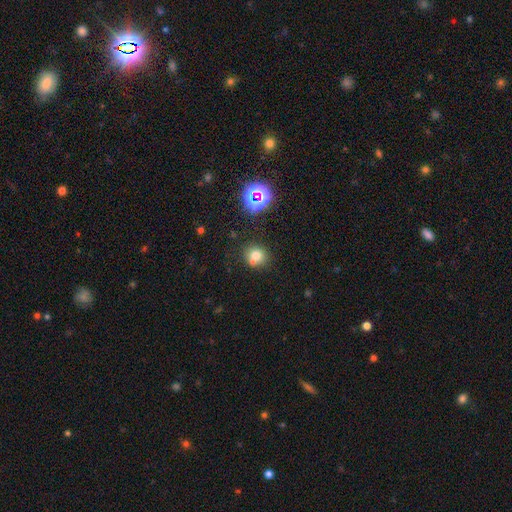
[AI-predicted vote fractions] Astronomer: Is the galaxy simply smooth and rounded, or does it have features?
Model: smooth — 71%.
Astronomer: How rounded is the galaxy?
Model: round — 83%.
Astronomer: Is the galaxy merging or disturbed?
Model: none — 63%.